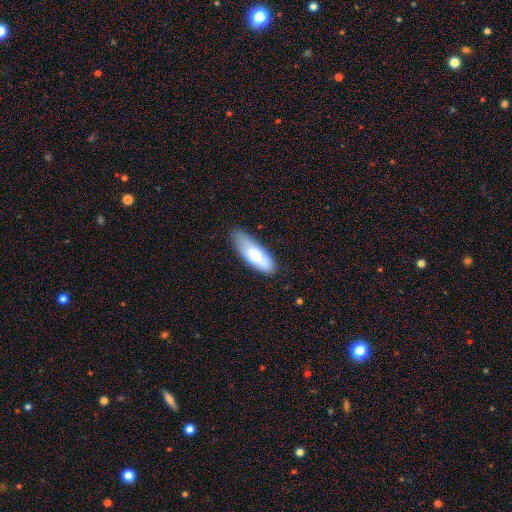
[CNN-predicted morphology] Smooth or featured? Predicted: smooth (p=0.77). How rounded? Predicted: in between (p=0.63). Merging? Predicted: none (p=0.73).